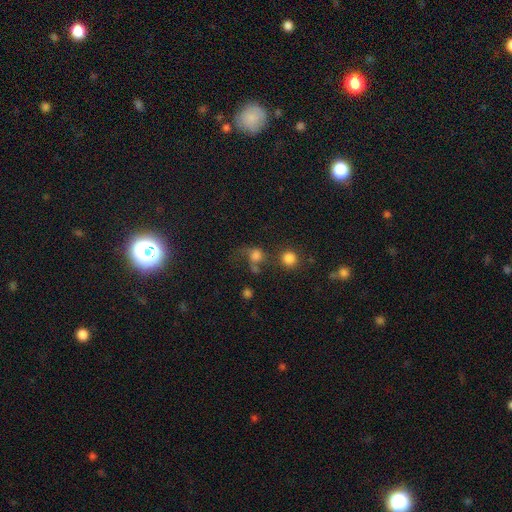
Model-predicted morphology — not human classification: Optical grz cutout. It shows a smooth galaxy with no disk features (65%) that is round (73%). Merging: none (32%).